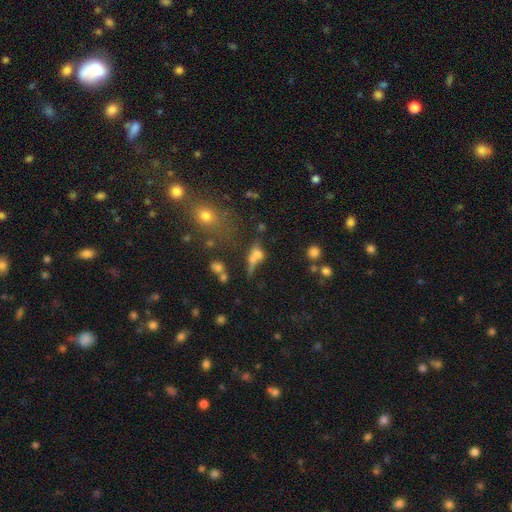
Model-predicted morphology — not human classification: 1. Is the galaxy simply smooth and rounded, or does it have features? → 54% smooth, 28% featured or disk, 17% star or artifact.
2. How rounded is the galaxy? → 48% in between, 29% round, 23% cigar-shaped.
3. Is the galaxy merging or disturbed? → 40% merger, 32% none, 14% major disturbance, 14% minor disturbance.